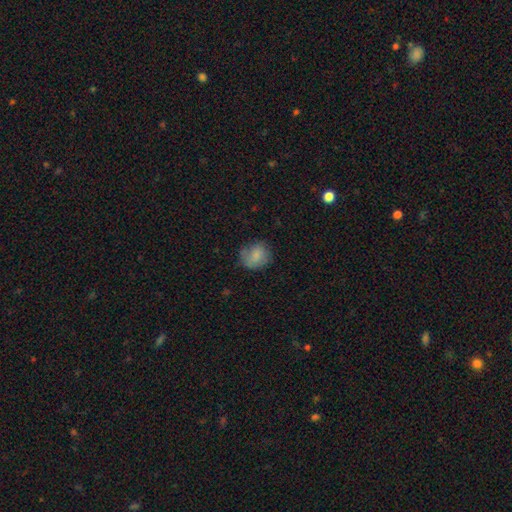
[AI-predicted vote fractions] This appears to be a smooth galaxy with no disk features (78%) that is round (72%). Merging: none (65%).